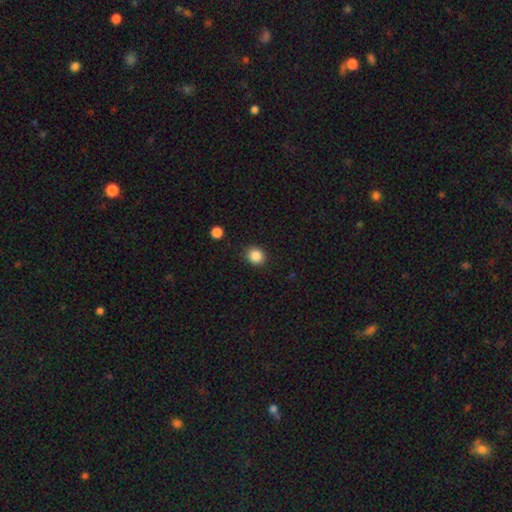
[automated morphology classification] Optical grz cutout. It shows a smooth galaxy with no disk features (87%) that is round (81%). Merging: none (88%).